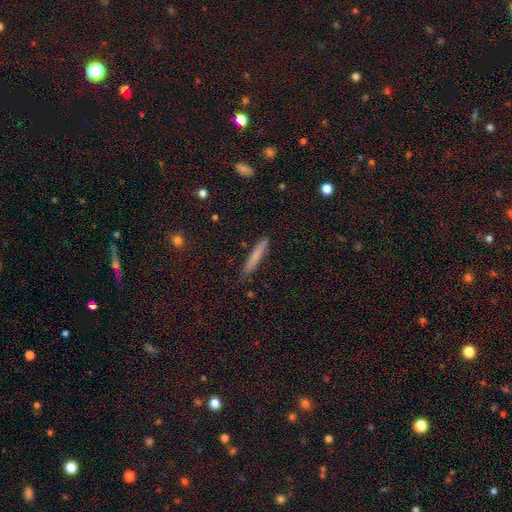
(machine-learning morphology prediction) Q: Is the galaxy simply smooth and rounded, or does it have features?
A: smooth — 72%.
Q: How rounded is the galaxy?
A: cigar-shaped — 95%.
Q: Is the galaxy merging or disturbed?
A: none — 86%.